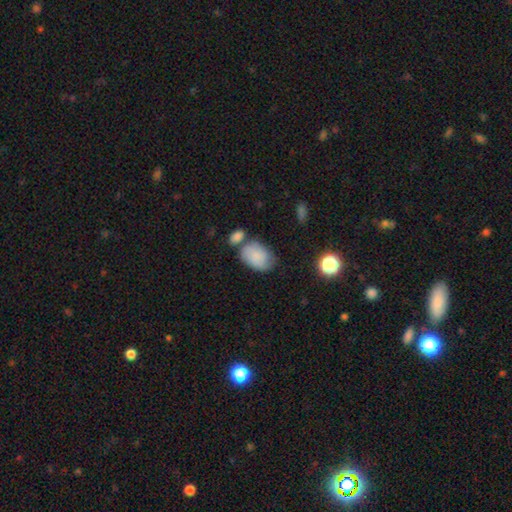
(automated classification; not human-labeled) smooth-or-featured: smooth: 74% | featured or disk: 18% | star or artifact: 8%
  how-rounded: in between: 83% | round: 15% | cigar-shaped: 1%
  merging: none: 48% | minor disturbance: 23% | merger: 20% | major disturbance: 8%